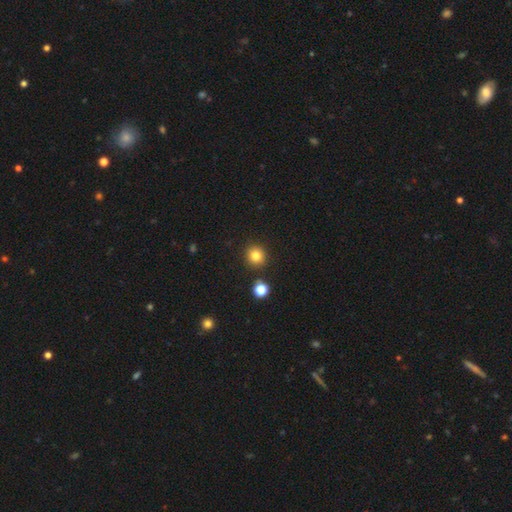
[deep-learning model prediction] This appears to be a smooth galaxy with no disk features (81%) that is round (92%). Merging: none (88%).